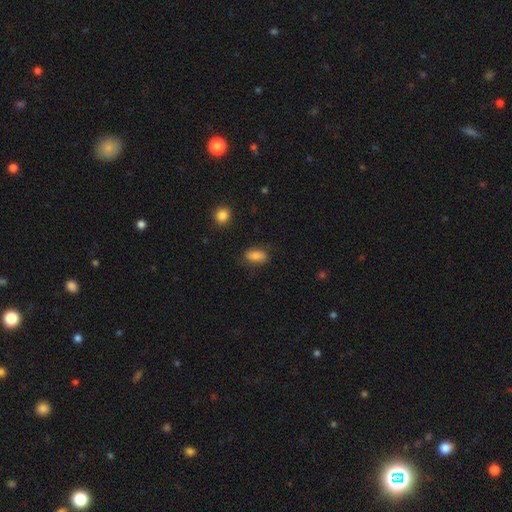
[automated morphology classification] This appears to be a smooth galaxy with no disk features (82%) that is in between round and cigar-shaped (90%). Merging: none (77%).